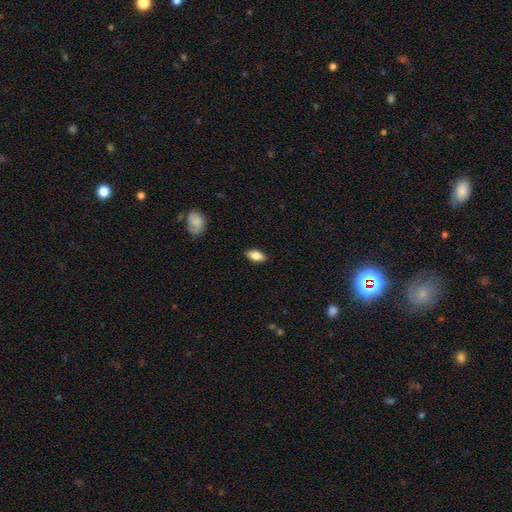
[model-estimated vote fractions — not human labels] smooth 79%, featured or disk 13%, star or artifact 7%. Down the decision tree: how rounded — in between (89%); merging — none (87%).